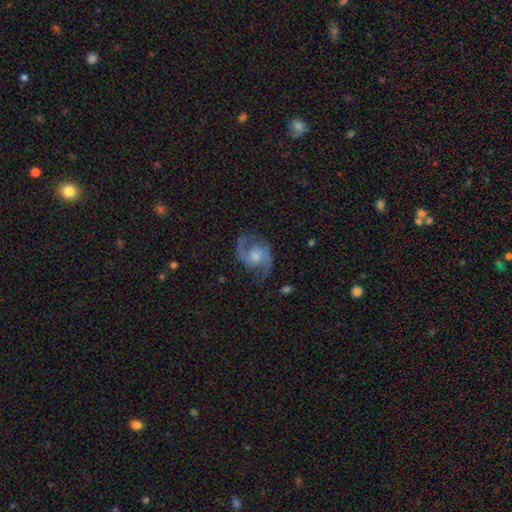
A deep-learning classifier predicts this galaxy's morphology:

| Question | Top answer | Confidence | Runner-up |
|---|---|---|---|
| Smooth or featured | featured or disk | 88% | smooth (7%) |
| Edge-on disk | no | 98% | yes (2%) |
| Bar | no | 62% | weak (32%) |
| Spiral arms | yes | 97% | no (3%) |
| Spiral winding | medium | 52% | loose (37%) |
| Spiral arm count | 2 | 93% | 1 (2%) |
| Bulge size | moderate | 45% | small (35%) |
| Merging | none | 74% | minor disturbance (16%) |